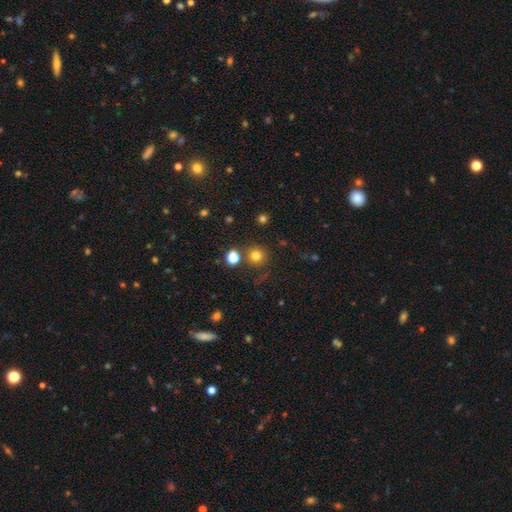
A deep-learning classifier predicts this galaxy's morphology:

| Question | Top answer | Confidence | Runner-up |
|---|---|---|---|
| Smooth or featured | smooth | 78% | star or artifact (16%) |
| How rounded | round | 94% | in between (6%) |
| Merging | none | 80% | minor disturbance (8%) |